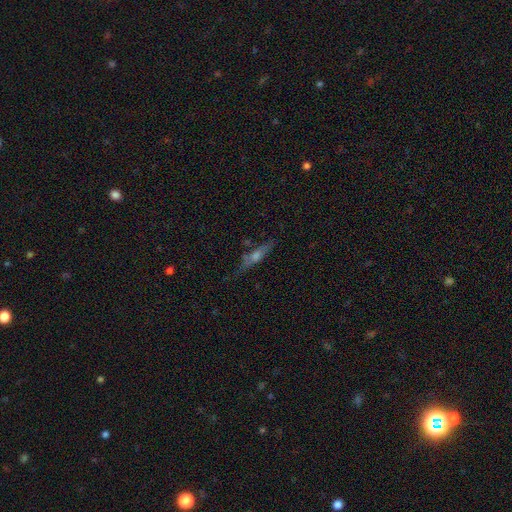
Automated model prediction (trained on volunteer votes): featured or disk 58%, smooth 32%, star or artifact 10%. Down the decision tree: edge-on disk — yes (90%); edge-on bulge — rounded (82%); merging — none (74%).